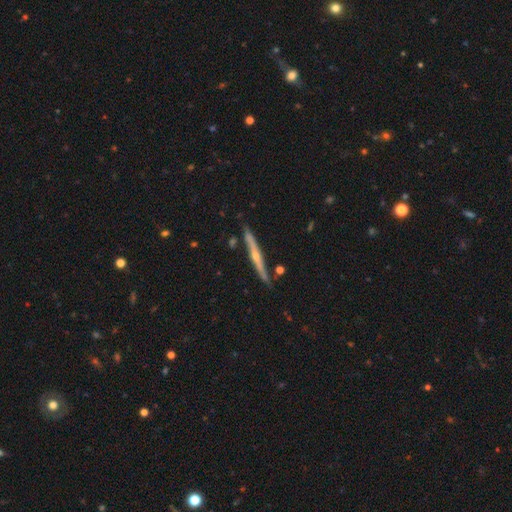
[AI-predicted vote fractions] Morphology: type=featured or disk (76%); edge-on=yes (97%); edge-on bulge=rounded (80%); merging=none (86%).